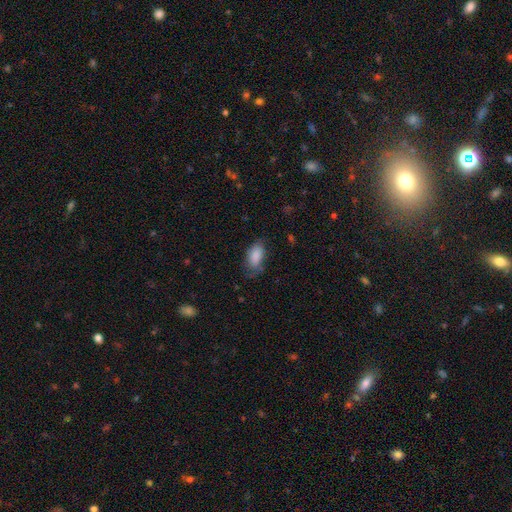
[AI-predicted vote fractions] Smooth or featured? Predicted: smooth (p=0.86). How rounded? Predicted: in between (p=0.92). Merging? Predicted: none (p=0.56).